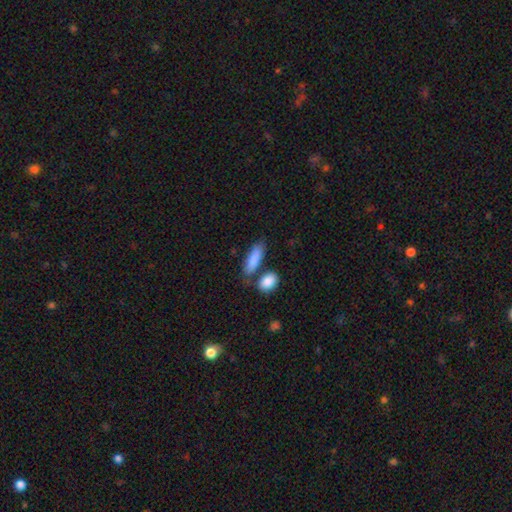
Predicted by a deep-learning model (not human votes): smooth-or-featured: smooth: 87% | featured or disk: 8% | star or artifact: 6%
  how-rounded: in between: 60% | cigar-shaped: 37% | round: 4%
  merging: none: 63% | merger: 18% | minor disturbance: 15% | major disturbance: 4%